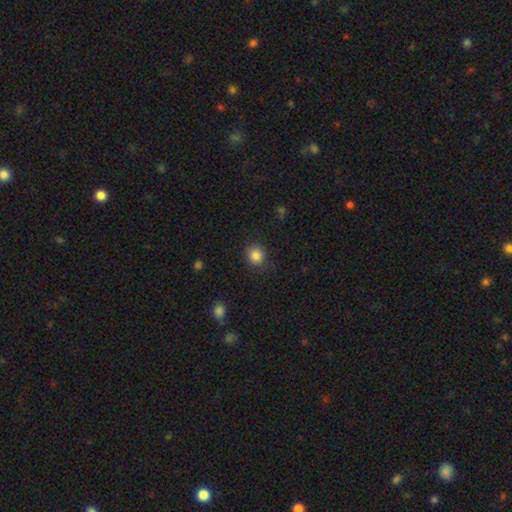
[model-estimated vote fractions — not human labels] Smooth or featured? smooth (85%)
How rounded? round (86%)
Merging? none (86%)